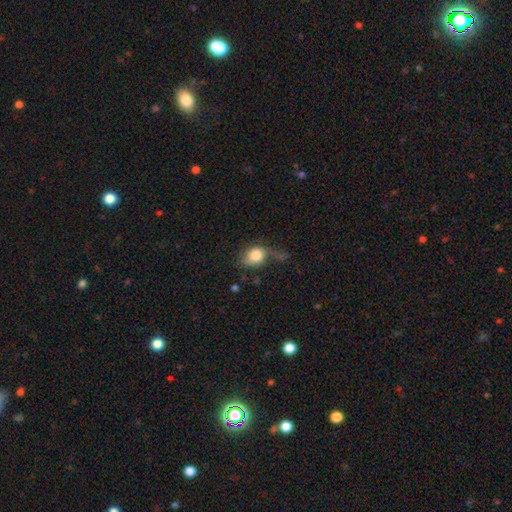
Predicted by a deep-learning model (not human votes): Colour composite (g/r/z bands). It shows a smooth galaxy with no disk features (76%) that is in between round and cigar-shaped (54%). Merging: none (32%).